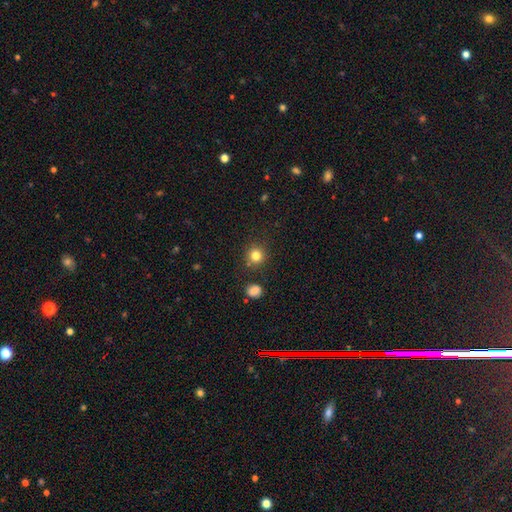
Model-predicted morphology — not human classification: smooth_or_featured: smooth (p=0.82) [alt: star or artifact p=0.12]
how_rounded: round (p=0.92) [alt: in between p=0.07]
merging: none (p=0.86) [alt: minor disturbance p=0.08]